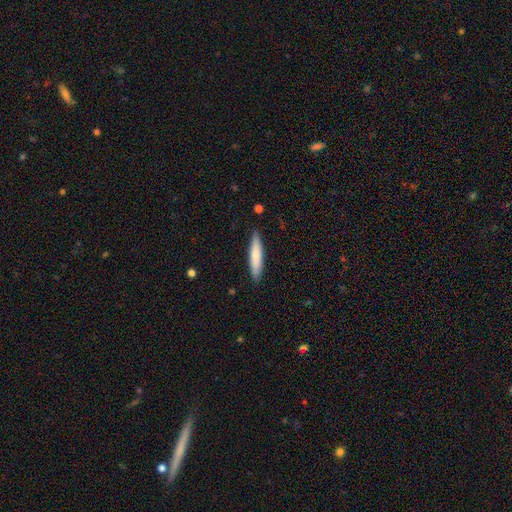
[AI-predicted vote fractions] Smooth or featured: smooth — 74% (featured or disk — 21%)
How rounded: cigar-shaped — 87% (in between — 12%)
Merging: none — 88% (minor disturbance — 9%)